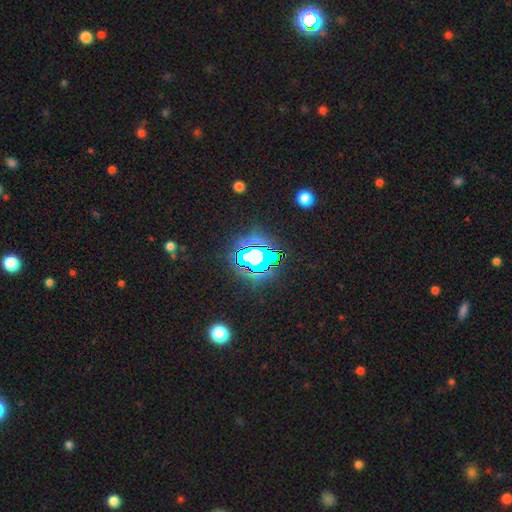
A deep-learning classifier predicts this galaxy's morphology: Smooth or featured? Predicted: star or artifact (p=0.80).